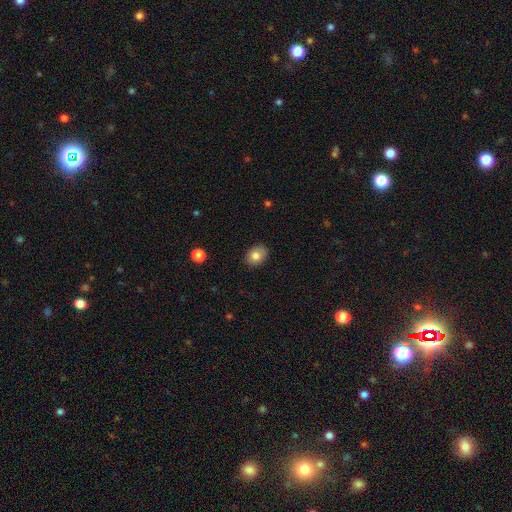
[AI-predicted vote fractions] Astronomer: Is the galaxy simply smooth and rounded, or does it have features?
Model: smooth — 80%.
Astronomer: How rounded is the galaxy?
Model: in between — 62% (runner-up: round, 38%).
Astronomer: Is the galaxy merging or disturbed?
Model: none — 84%.